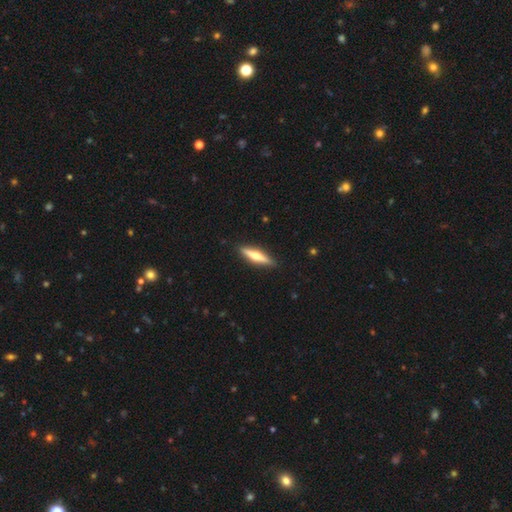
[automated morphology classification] smooth_or_featured: featured or disk (p=0.59) [alt: smooth p=0.36]
disk_edge_on: yes (p=0.96) [alt: no p=0.04]
edge_on_bulge: rounded (p=0.90) [alt: none p=0.05]
merging: none (p=0.90) [alt: minor disturbance p=0.07]